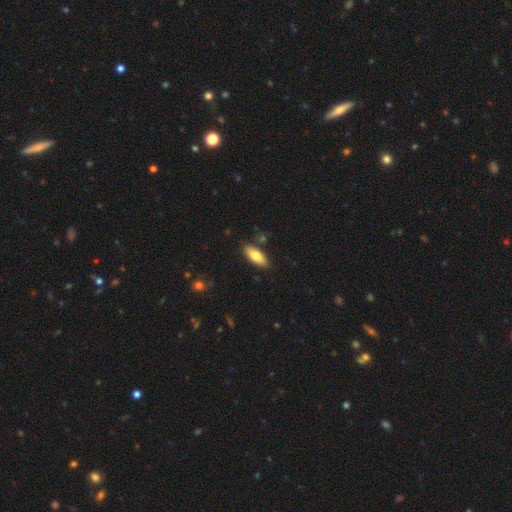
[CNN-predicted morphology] smooth_or_featured: smooth (p=0.77) [alt: featured or disk p=0.17]
how_rounded: in between (p=0.75) [alt: cigar-shaped p=0.23]
merging: none (p=0.86) [alt: minor disturbance p=0.10]